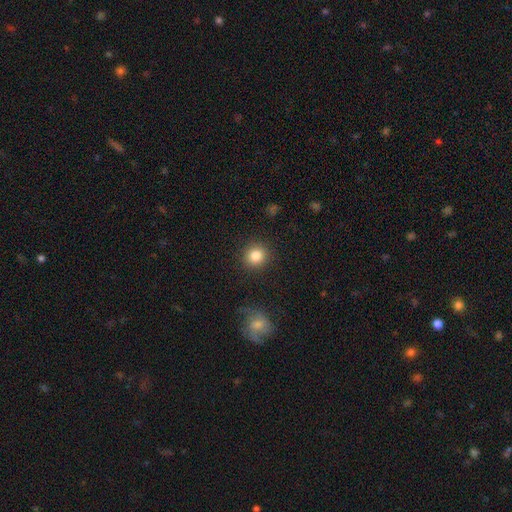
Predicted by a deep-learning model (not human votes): This appears to be a smooth galaxy with no disk features (84%) that is round (89%). Merging: none (90%).